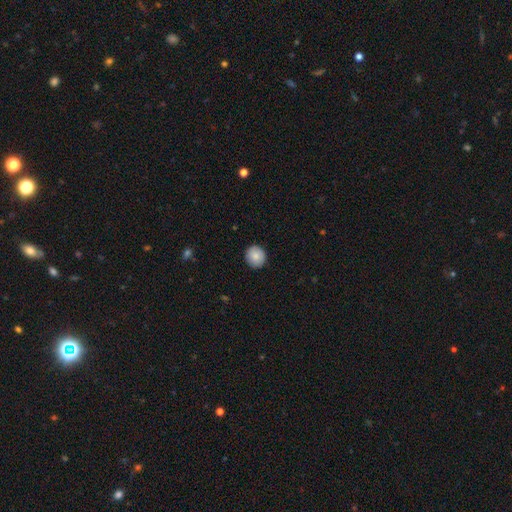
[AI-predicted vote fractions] This appears to be a smooth galaxy with no disk features (85%) that is round (90%). Merging: none (90%).